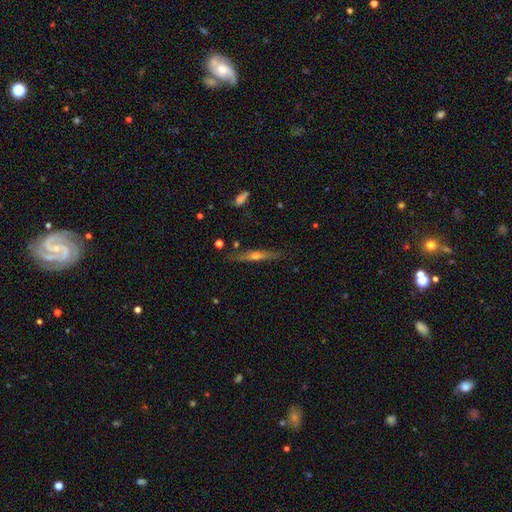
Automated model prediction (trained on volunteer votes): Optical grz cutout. It shows a featured or disk galaxy (64%) viewed edge-on (95%) with a rounded central bulge (83%). Merging: none (84%).